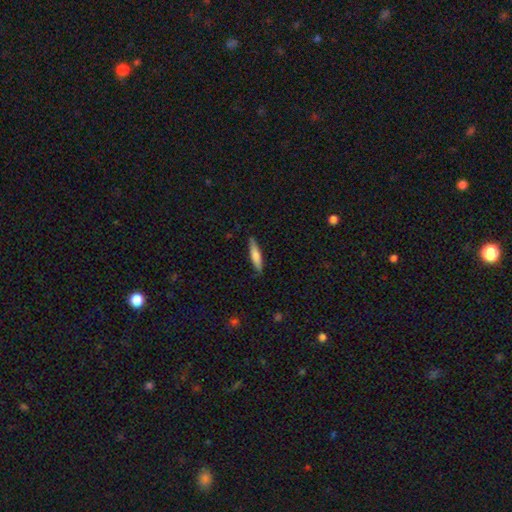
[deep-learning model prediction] Smooth or featured? smooth (71%)
How rounded? cigar-shaped (82%)
Merging? none (84%)